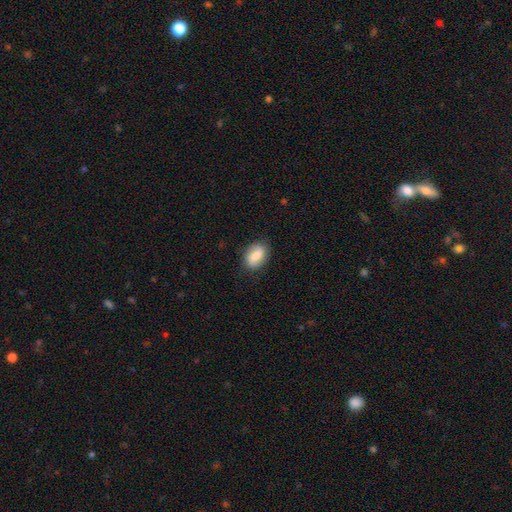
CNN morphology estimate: Smooth or featured: smooth — 63% (featured or disk — 30%)
How rounded: in between — 81% (round — 17%)
Merging: none — 81% (minor disturbance — 14%)